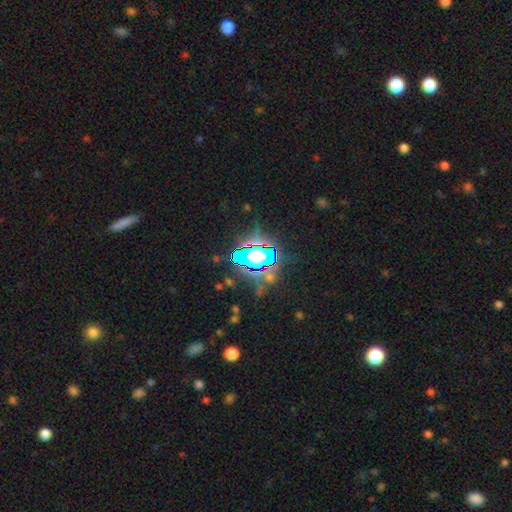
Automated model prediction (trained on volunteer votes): The model was most divided on "smooth or featured": star or artifact: 68%, smooth: 19%, featured or disk: 14%.